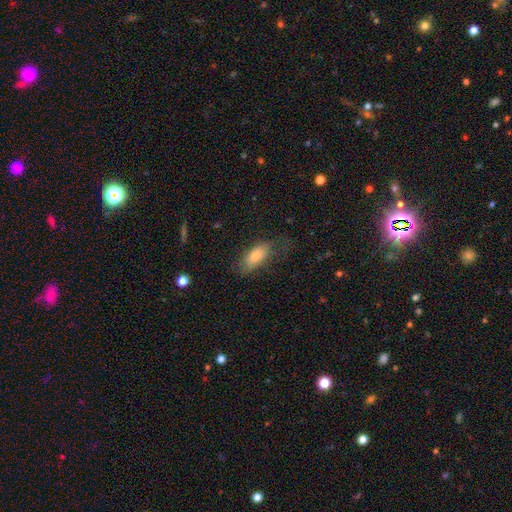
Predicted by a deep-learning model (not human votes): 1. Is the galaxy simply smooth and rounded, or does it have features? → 73% smooth, 19% featured or disk, 8% star or artifact.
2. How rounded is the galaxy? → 80% in between, 17% cigar-shaped, 3% round.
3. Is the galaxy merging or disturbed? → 53% none, 26% minor disturbance, 19% major disturbance, 2% merger.